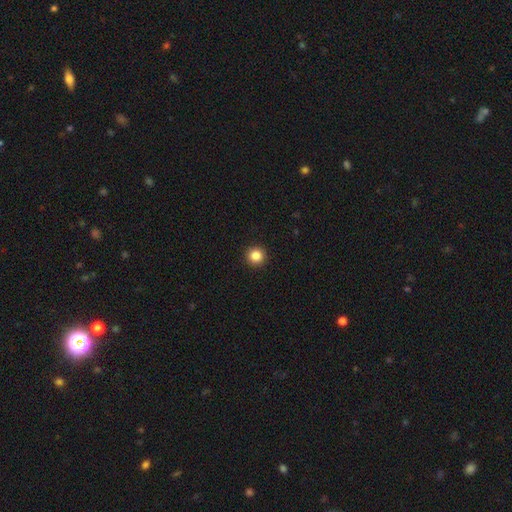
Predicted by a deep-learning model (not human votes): This is clearly a smooth galaxy (85%). How rounded: clearly round (95%). Merging: clearly none (94%).